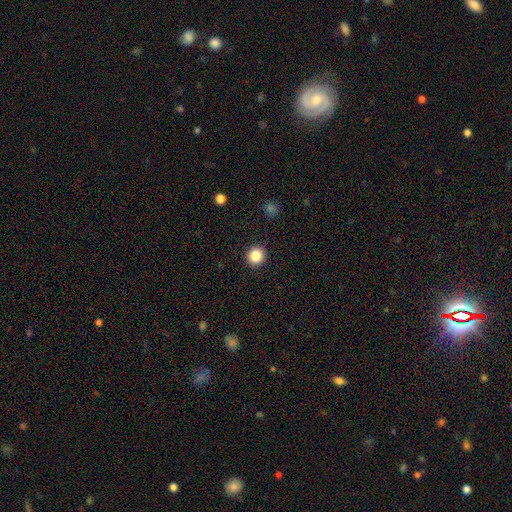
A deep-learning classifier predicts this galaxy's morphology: This appears to be a smooth galaxy with no disk features (86%) that is round (92%). Merging: none (92%).